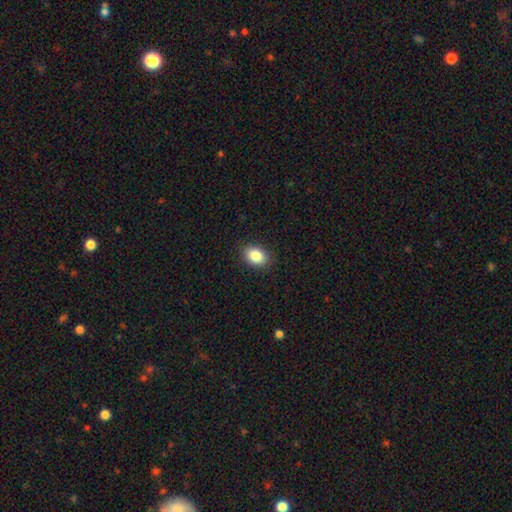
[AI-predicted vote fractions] Overall: smooth (85%). How rounded: in between (79%). Merging: none (89%).